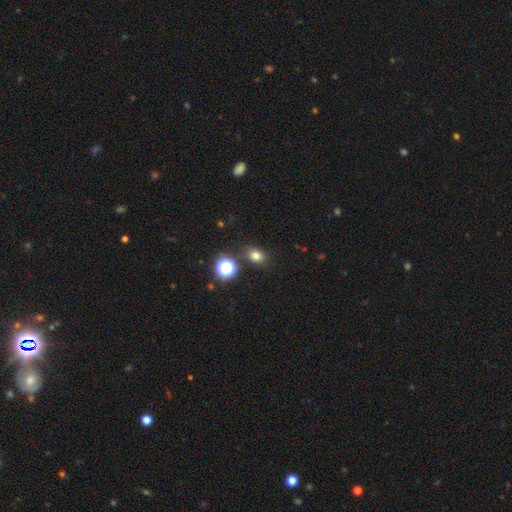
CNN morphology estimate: A smooth galaxy with no disk features (76%) that is in between round and cigar-shaped (56%).

Vote fractions:
- Smooth or featured? smooth: 76% / star or artifact: 17% / featured or disk: 7%
- How rounded? in between: 56% / round: 43% / cigar-shaped: 1%
- Merging? none: 83% / minor disturbance: 9% / merger: 5% / major disturbance: 3%